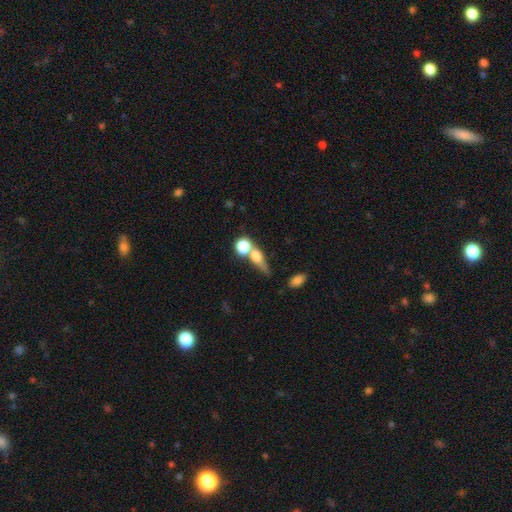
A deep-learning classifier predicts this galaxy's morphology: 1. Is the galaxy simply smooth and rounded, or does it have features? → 62% smooth, 25% featured or disk, 13% star or artifact.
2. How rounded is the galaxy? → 42% round, 32% in between, 26% cigar-shaped.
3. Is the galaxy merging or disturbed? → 46% merger, 35% none, 11% minor disturbance, 9% major disturbance.